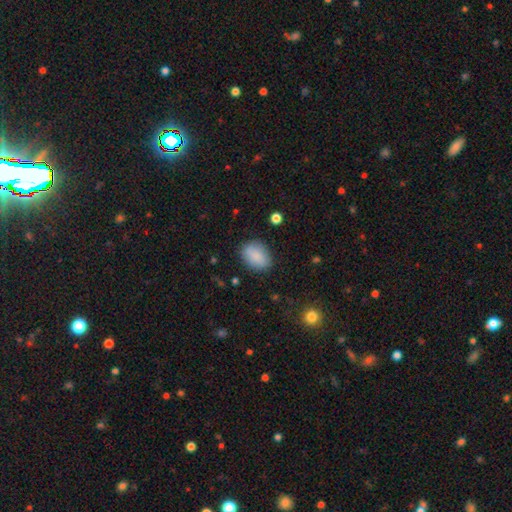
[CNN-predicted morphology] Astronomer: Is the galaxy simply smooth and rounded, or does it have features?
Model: smooth — 85%.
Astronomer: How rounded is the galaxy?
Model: in between — 77%.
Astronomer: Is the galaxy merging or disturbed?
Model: none — 79%.